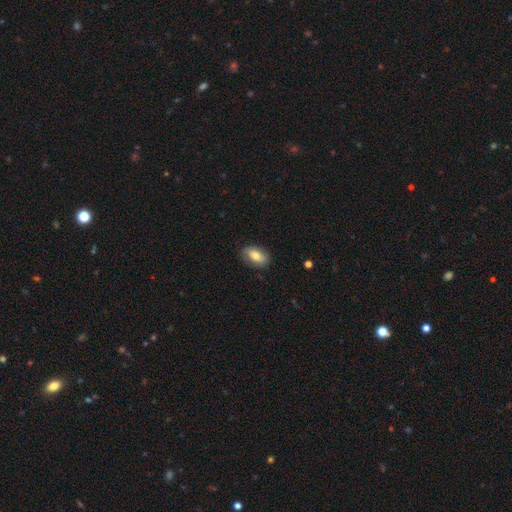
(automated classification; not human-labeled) This is likely a smooth galaxy (72%). How rounded: clearly in between (90%). Merging: clearly none (82%).